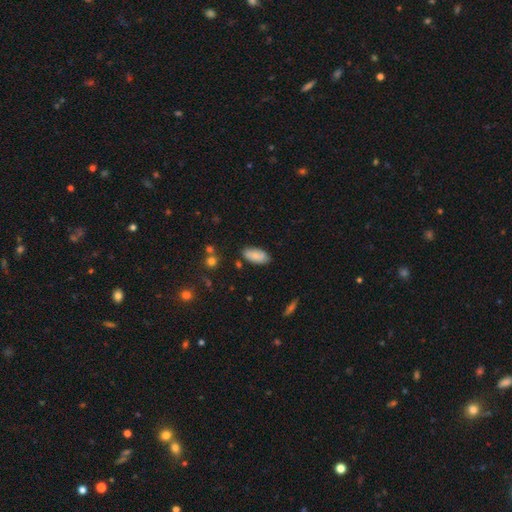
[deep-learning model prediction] Overall: smooth (81%). How rounded: in between (91%). Merging: none (80%).